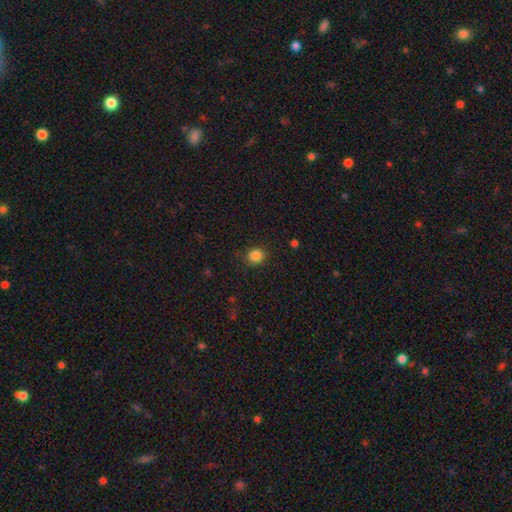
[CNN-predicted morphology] This appears to be a smooth galaxy with no disk features (85%) that is round (85%). Merging: none (84%).